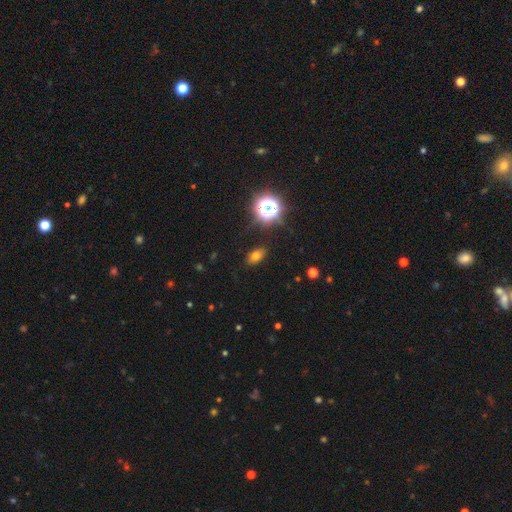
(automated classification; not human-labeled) Q: Smooth or featured?
A: smooth (68%); runner-up: star or artifact (21%)
Q: How rounded?
A: in between (81%); runner-up: round (16%)
Q: Merging?
A: none (86%); runner-up: minor disturbance (10%)